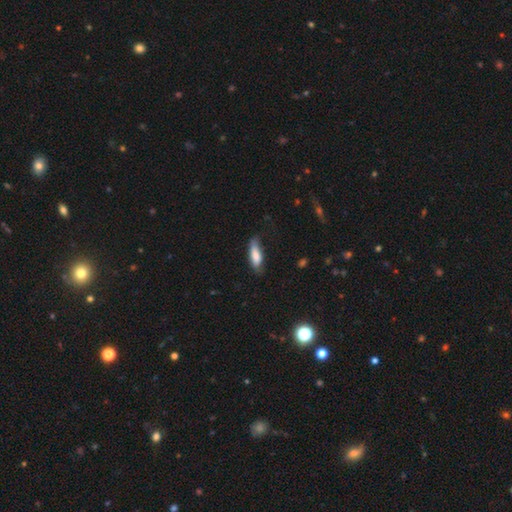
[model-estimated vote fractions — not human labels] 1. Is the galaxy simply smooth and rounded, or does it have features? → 78% smooth, 16% featured or disk, 6% star or artifact.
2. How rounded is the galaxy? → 51% in between, 47% cigar-shaped, 2% round.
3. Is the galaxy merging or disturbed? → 60% none, 30% minor disturbance, 8% major disturbance, 2% merger.